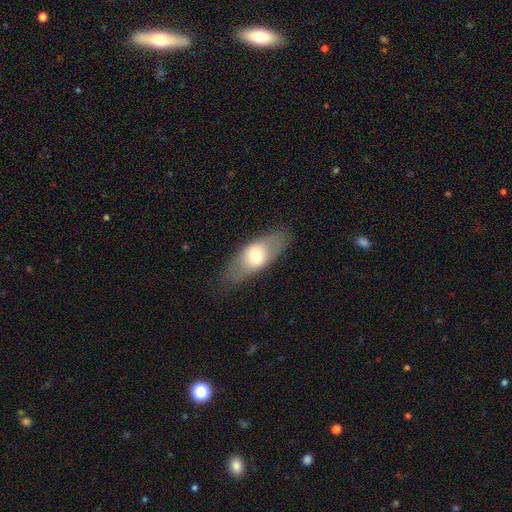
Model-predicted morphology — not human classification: A smooth galaxy with no disk features (60%) that is in between round and cigar-shaped (75%).

Vote fractions:
- Smooth or featured? smooth: 60% / featured or disk: 33% / star or artifact: 7%
- How rounded? in between: 75% / cigar-shaped: 18% / round: 7%
- Merging? none: 80% / minor disturbance: 14% / major disturbance: 6% / merger: 1%